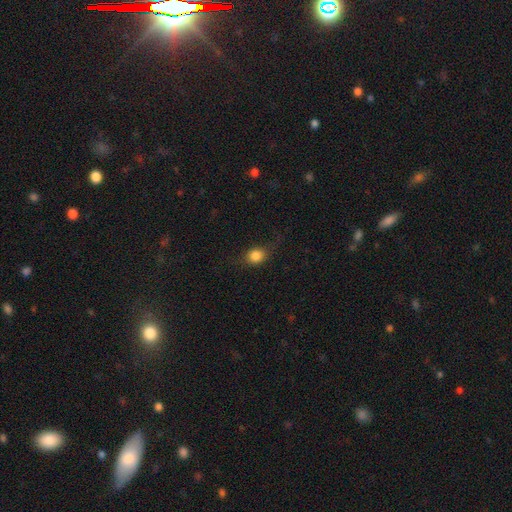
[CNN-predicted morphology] This appears to be a smooth galaxy with no disk features (80%) that is round (67%). Merging: none (64%).